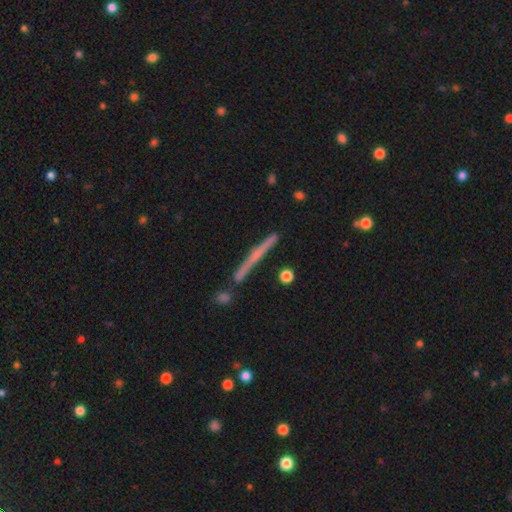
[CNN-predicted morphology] Overall: featured or disk (57%; smooth 35%). Edge-on disk: yes (97%). Edge-on bulge: none (66%; rounded 27%). Merging: none (84%).